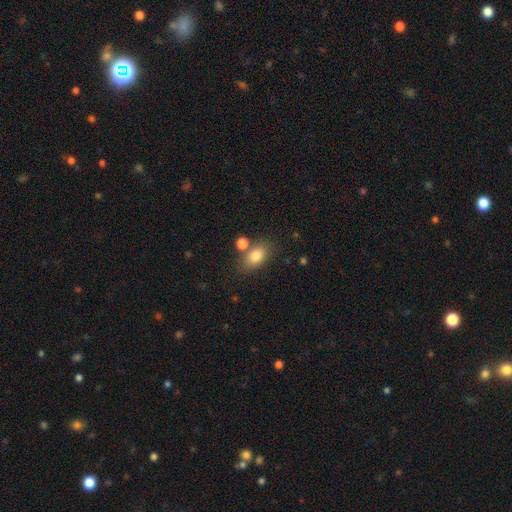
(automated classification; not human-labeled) Morphology: type=smooth (81%); roundness=in between (83%); merging=none (67%).